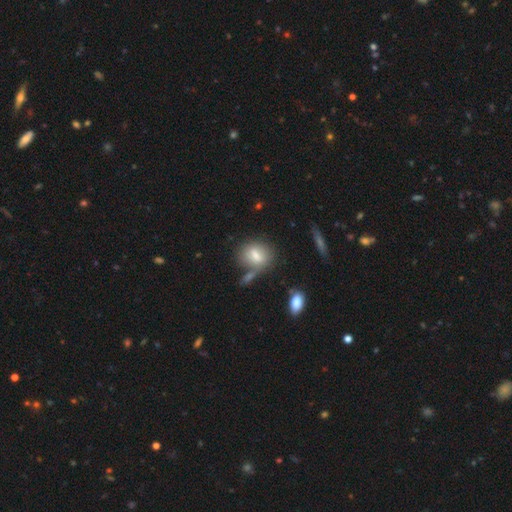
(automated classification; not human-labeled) smooth-or-featured: smooth: 74% | featured or disk: 17% | star or artifact: 9%
  how-rounded: in between: 61% | round: 36% | cigar-shaped: 3%
  merging: none: 56% | minor disturbance: 18% | merger: 18% | major disturbance: 8%